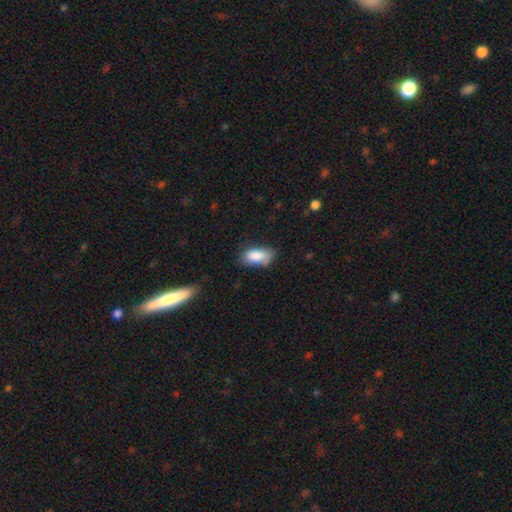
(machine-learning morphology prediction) type=smooth (84%); roundness=in between (92%); merging=none (59%).